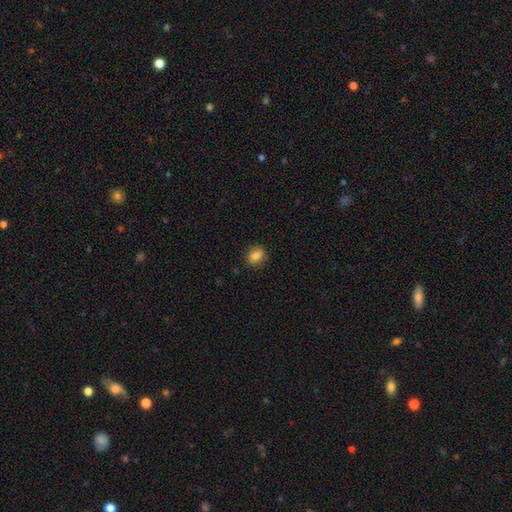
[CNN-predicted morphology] The model was most divided on "how rounded": round: 52%, in between: 46%, cigar-shaped: 1%. More confident: merging — none (87%); smooth or featured — smooth (83%).